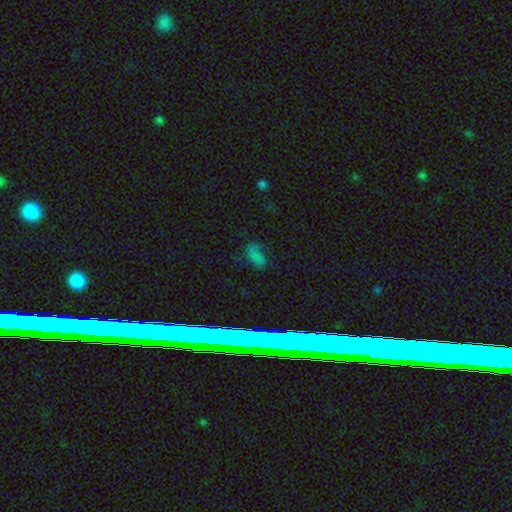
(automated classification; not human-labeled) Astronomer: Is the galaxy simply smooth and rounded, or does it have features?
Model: smooth — 56%.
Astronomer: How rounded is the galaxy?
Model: in between — 88%.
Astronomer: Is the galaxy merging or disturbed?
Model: none — 56%.